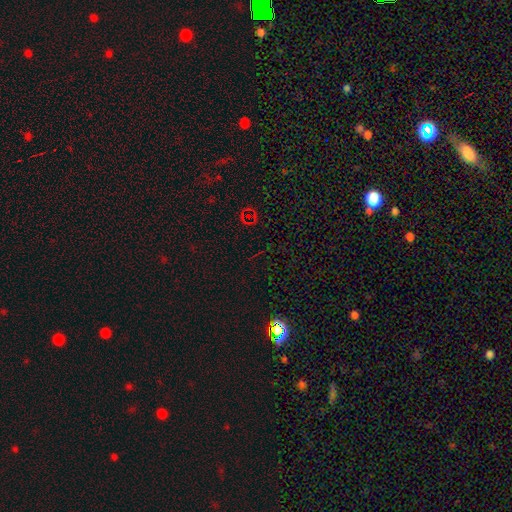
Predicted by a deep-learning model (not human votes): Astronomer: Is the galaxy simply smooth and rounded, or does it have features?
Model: star or artifact — 75%.